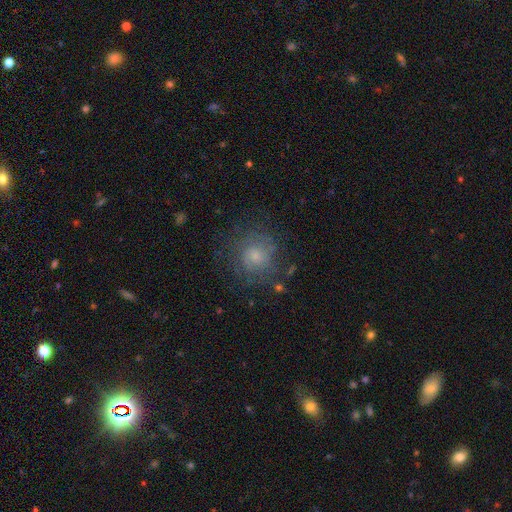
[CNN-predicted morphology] smooth_or_featured: smooth (p=0.52) [alt: featured or disk p=0.34]
how_rounded: round (p=0.86) [alt: in between p=0.13]
merging: none (p=0.69) [alt: minor disturbance p=0.17]